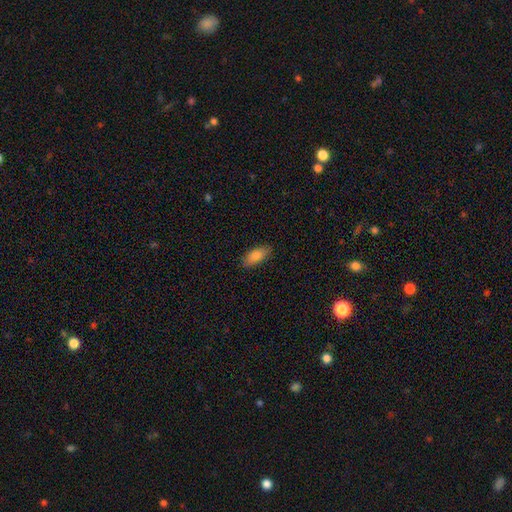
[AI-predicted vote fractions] smooth 80%, featured or disk 13%, star or artifact 7%. Down the decision tree: how rounded — in between (85%); merging — none (86%).